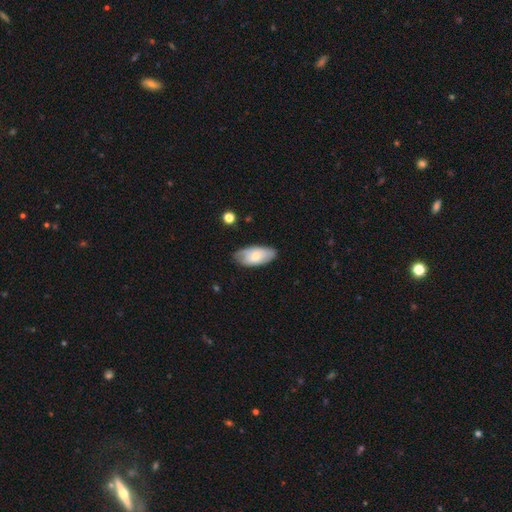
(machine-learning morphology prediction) A smooth galaxy with no disk features (55%) that is in between round and cigar-shaped (92%). Merging: none (71%).